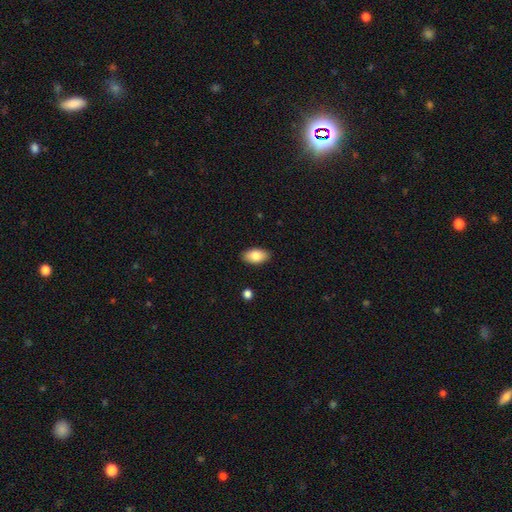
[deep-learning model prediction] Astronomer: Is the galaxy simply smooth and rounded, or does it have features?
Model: smooth — 83%.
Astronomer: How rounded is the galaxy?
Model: in between — 94%.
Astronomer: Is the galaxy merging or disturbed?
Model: none — 89%.